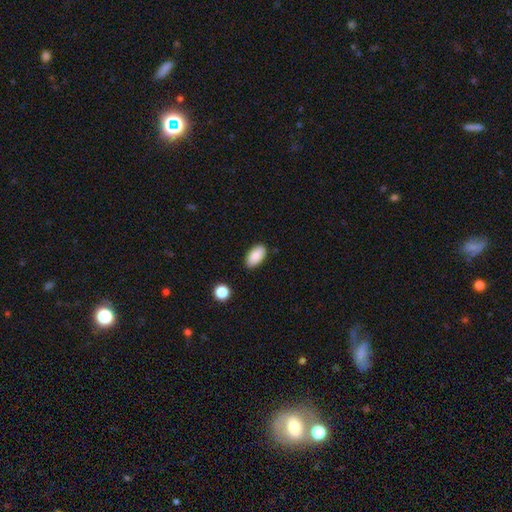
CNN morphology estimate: This is clearly a smooth galaxy (88%). How rounded: clearly in between (95%). Merging: clearly none (86%).